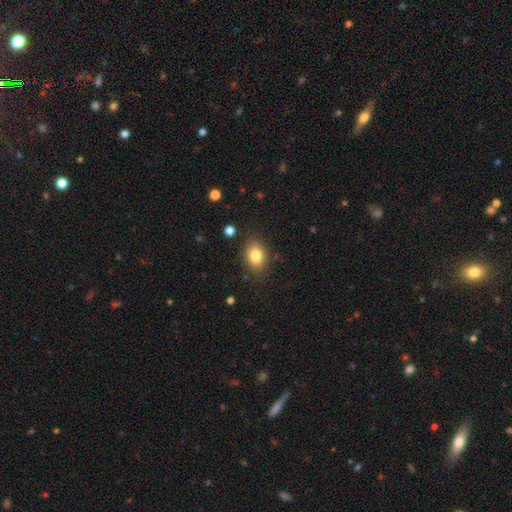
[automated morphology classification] type=smooth (82%); roundness=in between (74%); merging=none (84%).